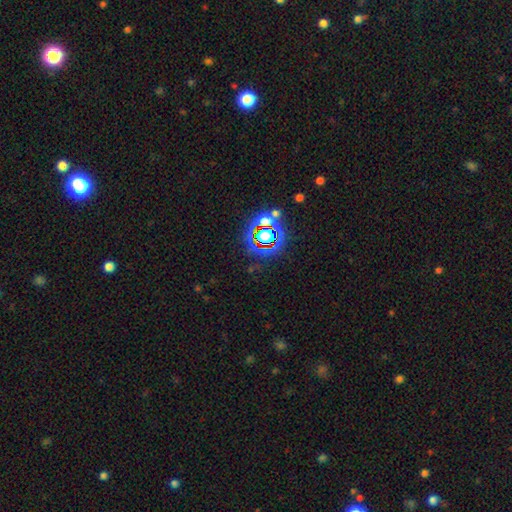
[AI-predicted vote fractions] A star or artifact, not a galaxy (73%).

Vote fractions:
- Smooth or featured? star or artifact: 73% / smooth: 15% / featured or disk: 11%